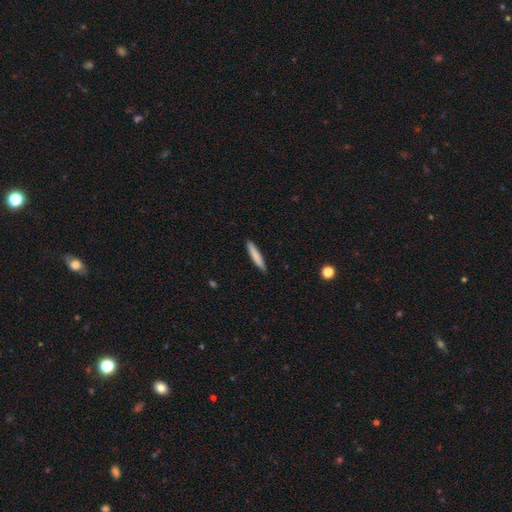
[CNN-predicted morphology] A smooth galaxy with no disk features (80%) that is cigar-shaped (92%).

Vote fractions:
- Smooth or featured? smooth: 80% / featured or disk: 14% / star or artifact: 6%
- How rounded? cigar-shaped: 92% / in between: 7% / round: 1%
- Merging? none: 87% / minor disturbance: 10% / major disturbance: 2% / merger: 1%